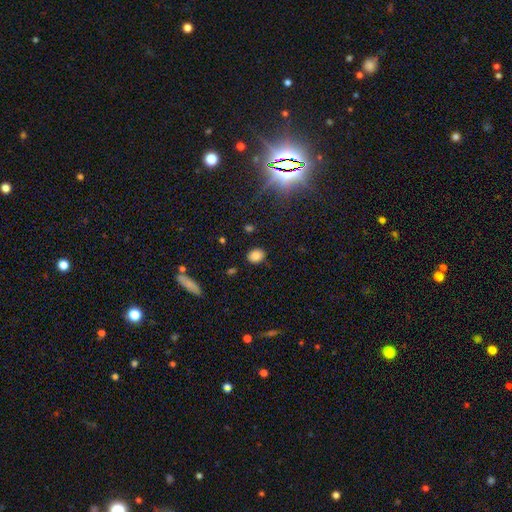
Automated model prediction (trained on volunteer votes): Smooth or featured?
  - smooth: 80% *
  - star or artifact: 12%
  - featured or disk: 8%
How rounded?
  - round: 50% *
  - in between: 49%
  - cigar-shaped: 1%
Merging?
  - none: 86% *
  - minor disturbance: 10%
  - major disturbance: 2%
  - merger: 2%